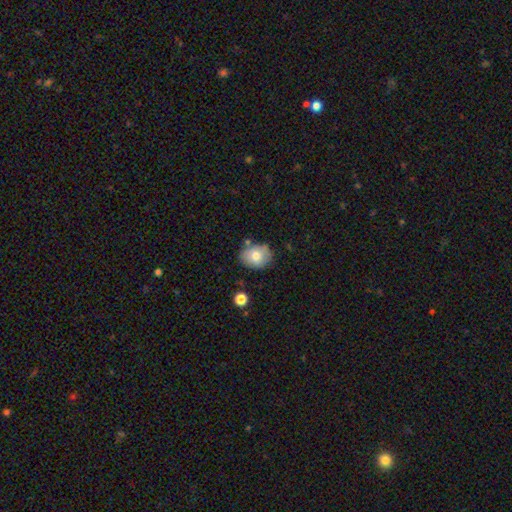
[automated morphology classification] smooth_or_featured: smooth (p=0.75) [alt: featured or disk p=0.16]
how_rounded: in between (p=0.51) [alt: round p=0.48]
merging: none (p=0.72) [alt: minor disturbance p=0.18]